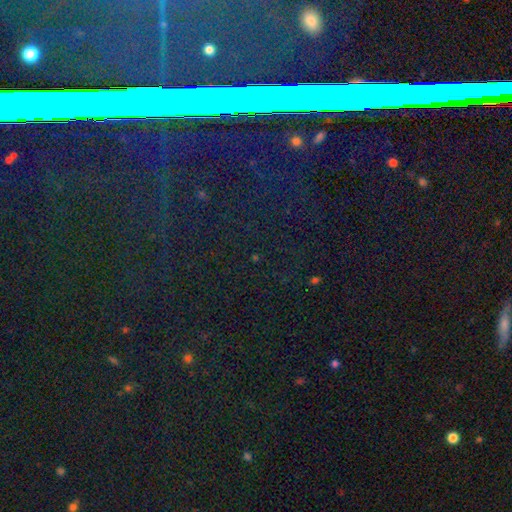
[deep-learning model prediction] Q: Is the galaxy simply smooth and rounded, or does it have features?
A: star or artifact — 84%.